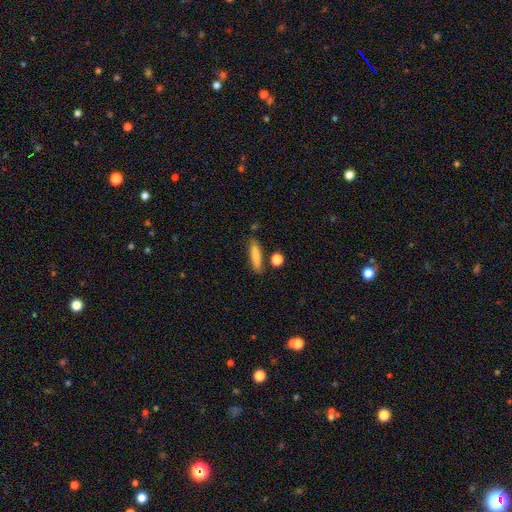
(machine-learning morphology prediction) smooth_or_featured: smooth (p=0.79) [alt: featured or disk p=0.14]
how_rounded: cigar-shaped (p=0.67) [alt: in between p=0.30]
merging: none (p=0.75) [alt: minor disturbance p=0.14]